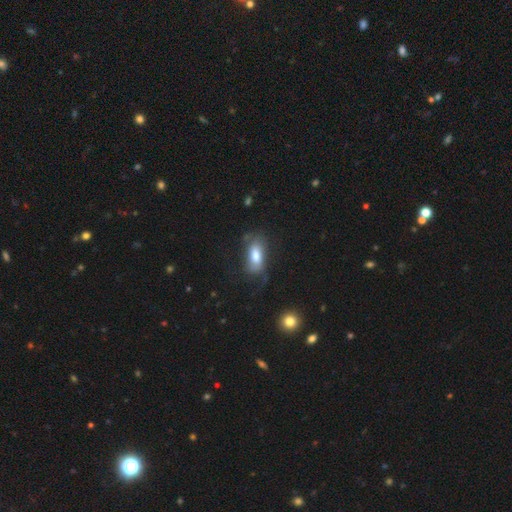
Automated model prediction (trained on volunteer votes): Smooth or featured: smooth — 68% (featured or disk — 25%)
How rounded: in between — 84% (cigar-shaped — 12%)
Merging: none — 51% (minor disturbance — 26%)